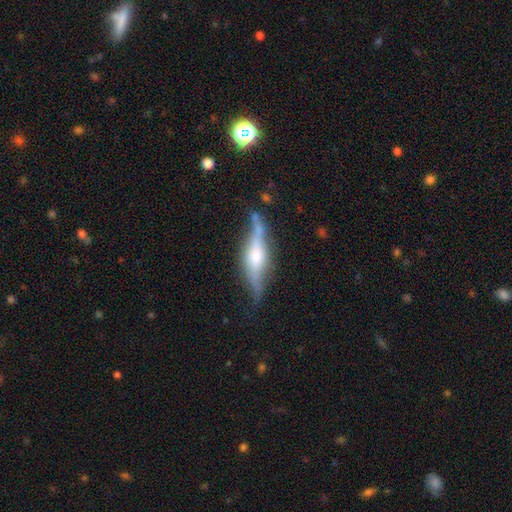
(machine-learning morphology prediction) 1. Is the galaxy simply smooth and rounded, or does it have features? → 71% featured or disk, 23% smooth, 6% star or artifact.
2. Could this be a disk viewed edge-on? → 91% yes, 9% no.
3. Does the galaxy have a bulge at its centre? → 82% rounded, 13% boxy, 4% none.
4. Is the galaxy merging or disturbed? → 68% none, 21% minor disturbance, 6% major disturbance, 5% merger.